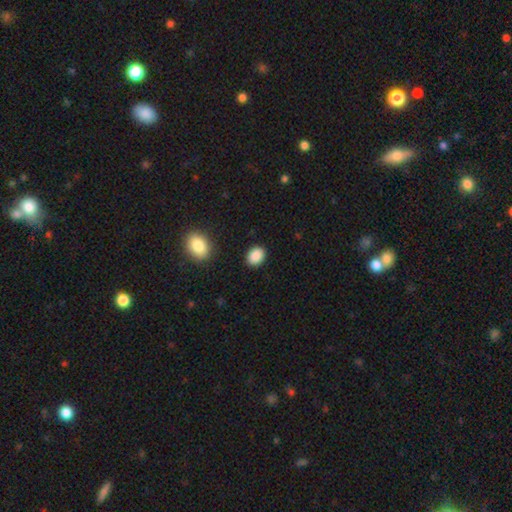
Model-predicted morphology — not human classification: smooth_or_featured: smooth (p=0.89) [alt: star or artifact p=0.08]
how_rounded: in between (p=0.64) [alt: round p=0.35]
merging: none (p=0.88) [alt: minor disturbance p=0.09]